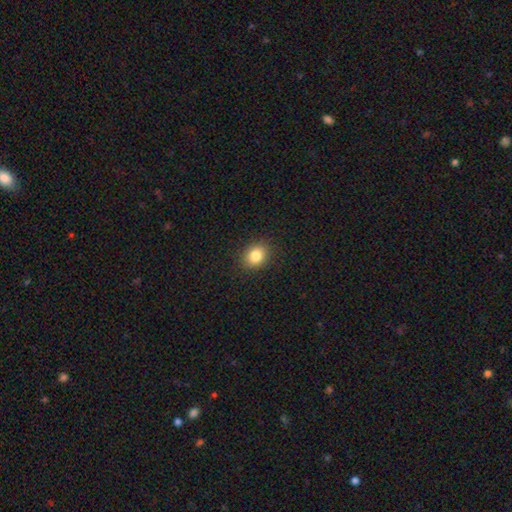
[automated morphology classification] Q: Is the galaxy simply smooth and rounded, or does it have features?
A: smooth — 83%.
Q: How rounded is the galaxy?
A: round — 54%.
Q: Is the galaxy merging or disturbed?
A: none — 89%.